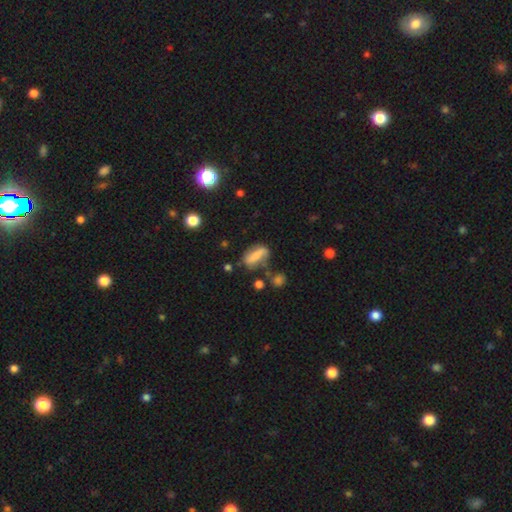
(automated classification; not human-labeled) Morphology: type=smooth (62%); roundness=in between (70%); merging=none (55%).